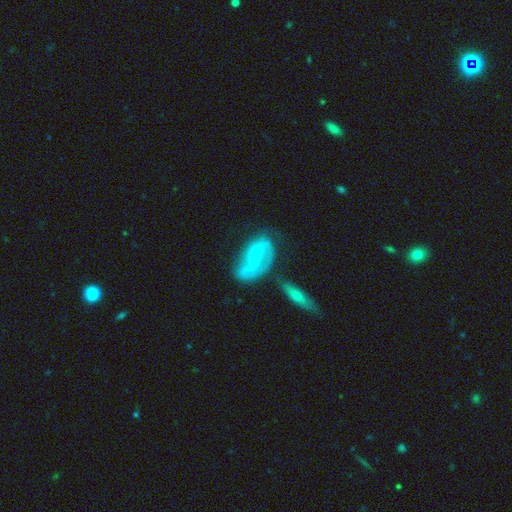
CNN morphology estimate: type=featured or disk (64%); edge-on=no (91%); bar=weak (40%); spiral arms=yes (69%); bulge=small (48%); merging=none (37%).